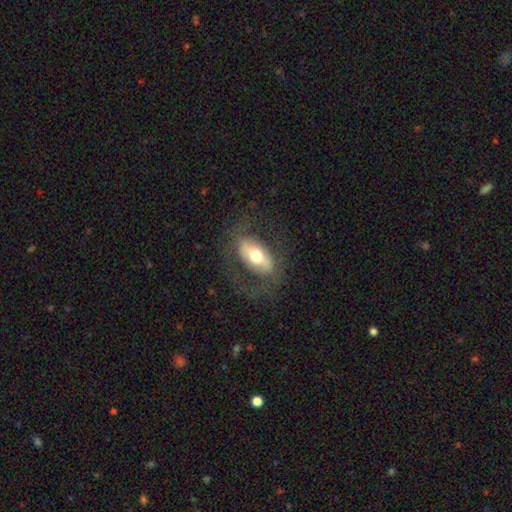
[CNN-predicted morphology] Smooth or featured?
  - featured or disk: 52% *
  - smooth: 42%
  - star or artifact: 6%
Edge-on disk?
  - no: 85% *
  - yes: 15%
Merging?
  - none: 70% *
  - minor disturbance: 15%
  - major disturbance: 14%
  - merger: 1%